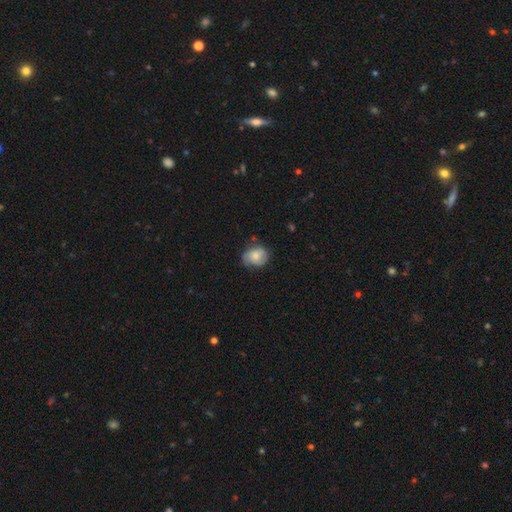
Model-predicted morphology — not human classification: Smooth or featured? smooth (61%)
How rounded? round (54%)
Merging? none (56%)